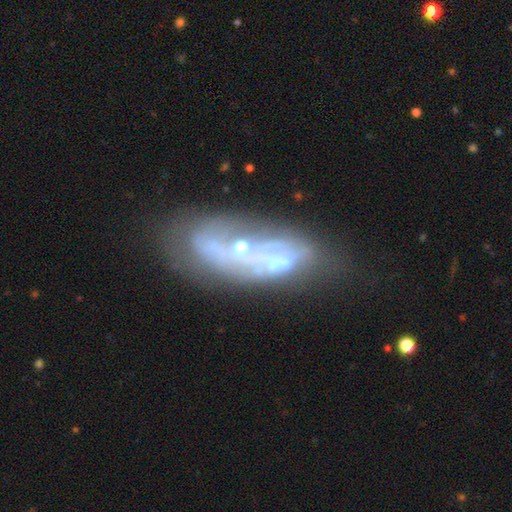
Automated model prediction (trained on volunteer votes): smooth-or-featured: featured or disk: 66% | smooth: 23% | star or artifact: 11%
  disk-edge-on: no: 87% | yes: 13%
    bar: no: 77% | weak: 16% | strong: 7%
    has-spiral-arms: no: 62% | yes: 38%
    bulge-size: small: 50% | none: 25% | moderate: 20% | large: 3% | dominant: 2%
  merging: none: 43% | merger: 22% | minor disturbance: 18% | major disturbance: 16%